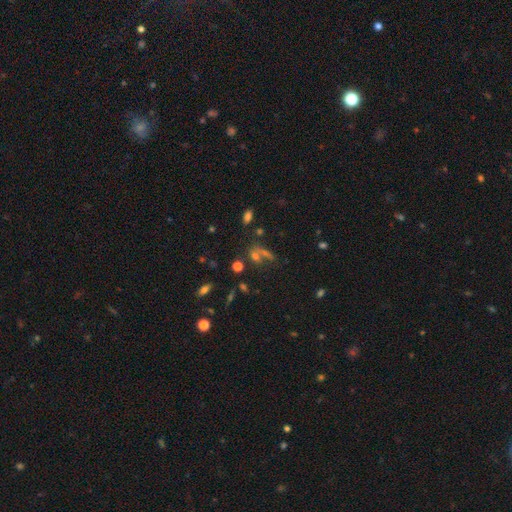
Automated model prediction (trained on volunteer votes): A smooth galaxy with no disk features (56%) that is in between round and cigar-shaped (43%).

Vote fractions:
- Smooth or featured? smooth: 56% / star or artifact: 28% / featured or disk: 16%
- How rounded? in between: 43% / round: 42% / cigar-shaped: 15%
- Merging? none: 48% / merger: 28% / minor disturbance: 12% / major disturbance: 11%